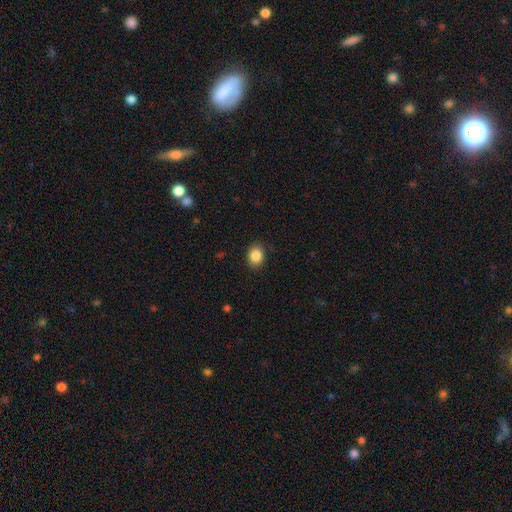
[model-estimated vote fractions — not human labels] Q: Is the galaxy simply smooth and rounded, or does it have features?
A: smooth — 86%.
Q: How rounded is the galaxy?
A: round — 50%.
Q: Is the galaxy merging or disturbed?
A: none — 89%.